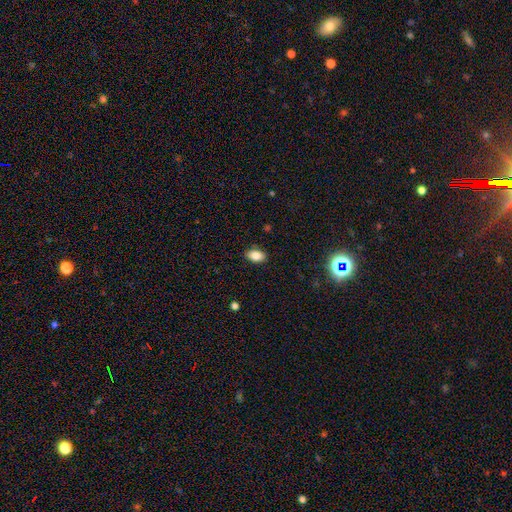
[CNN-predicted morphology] smooth 85%, star or artifact 9%, featured or disk 6%. Down the decision tree: how rounded — in between (85%); merging — none (86%).